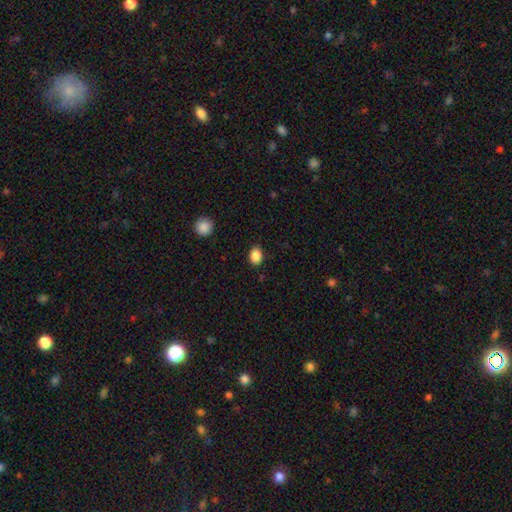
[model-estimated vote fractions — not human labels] smooth_or_featured: smooth (p=0.88) [alt: star or artifact p=0.09]
how_rounded: in between (p=0.64) [alt: round p=0.35]
merging: none (p=0.87) [alt: minor disturbance p=0.09]